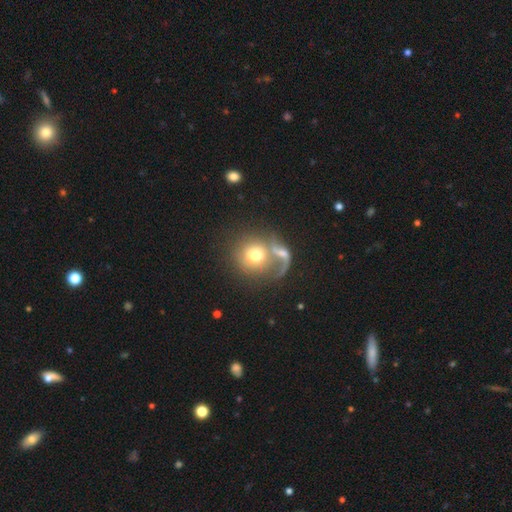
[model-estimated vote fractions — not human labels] This is likely a smooth galaxy (61%). How rounded: clearly round (81%). Merging: possibly merger (46%).